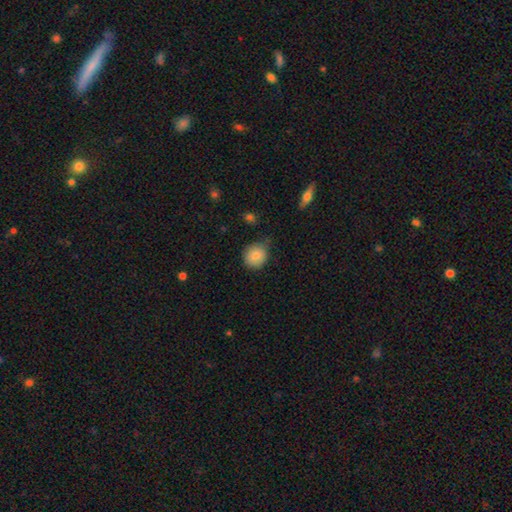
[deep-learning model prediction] Q: Smooth or featured?
A: smooth (84%); runner-up: star or artifact (9%)
Q: How rounded?
A: round (83%); runner-up: in between (16%)
Q: Merging?
A: none (68%); runner-up: minor disturbance (25%)